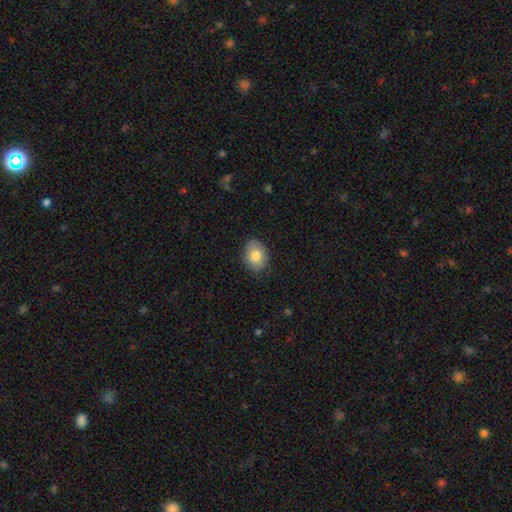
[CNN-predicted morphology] Smooth or featured?
  - smooth: 81% *
  - featured or disk: 12%
  - star or artifact: 7%
How rounded?
  - in between: 68% *
  - round: 31%
  - cigar-shaped: 1%
Merging?
  - none: 82% *
  - minor disturbance: 14%
  - major disturbance: 3%
  - merger: 1%